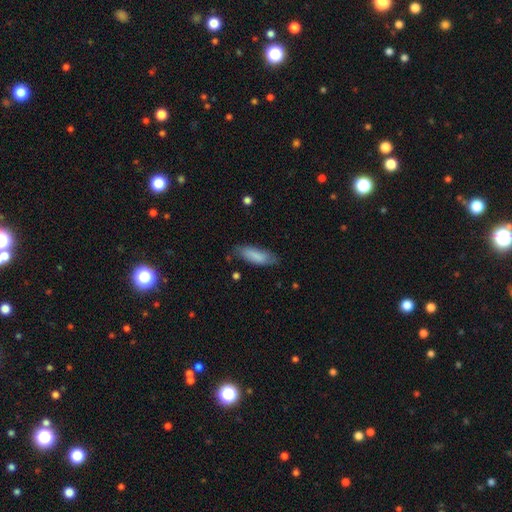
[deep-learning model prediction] Smooth or featured? Predicted: smooth (p=0.84). How rounded? Predicted: in between (p=0.62). Merging? Predicted: none (p=0.75).